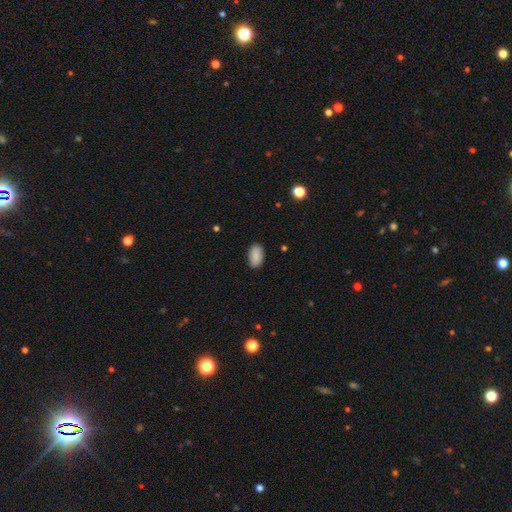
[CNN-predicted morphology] This appears to be a smooth galaxy with no disk features (89%) that is in between round and cigar-shaped (94%). Merging: none (86%).